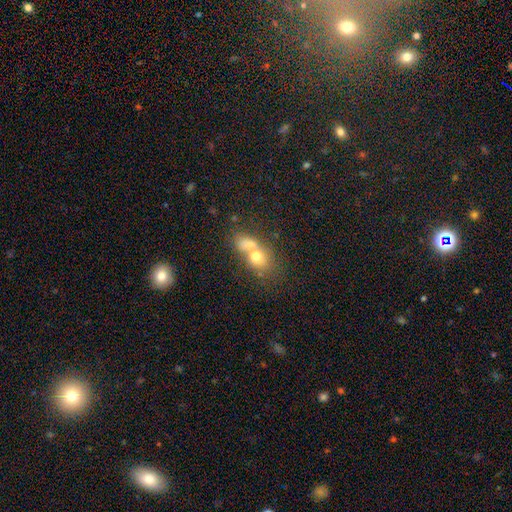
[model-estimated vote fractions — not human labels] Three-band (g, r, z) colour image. It shows a smooth galaxy with no disk features (64%) that is round (52%). Merging: merger (66%).